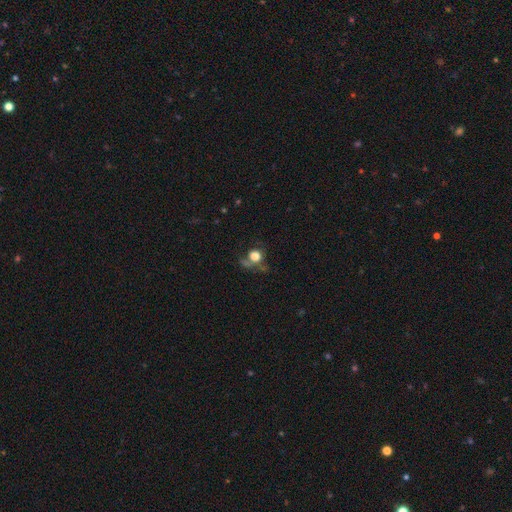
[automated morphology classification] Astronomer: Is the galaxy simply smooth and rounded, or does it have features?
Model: smooth — 65%.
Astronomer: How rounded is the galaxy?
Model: round — 78%.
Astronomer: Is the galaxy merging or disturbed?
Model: none — 41% (runner-up: major disturbance, 30%).